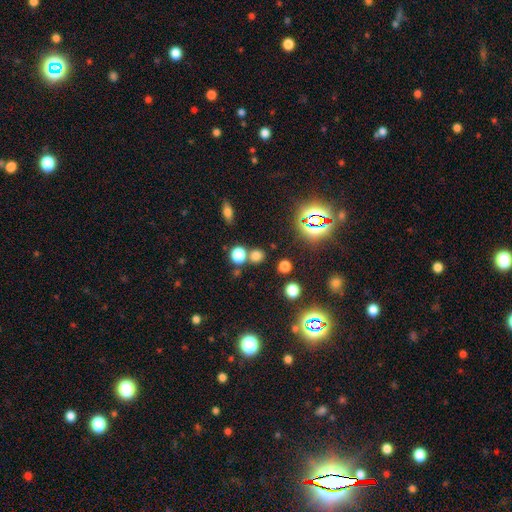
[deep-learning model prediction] A smooth galaxy with no disk features (66%) that is round (84%). Merging: none (70%).